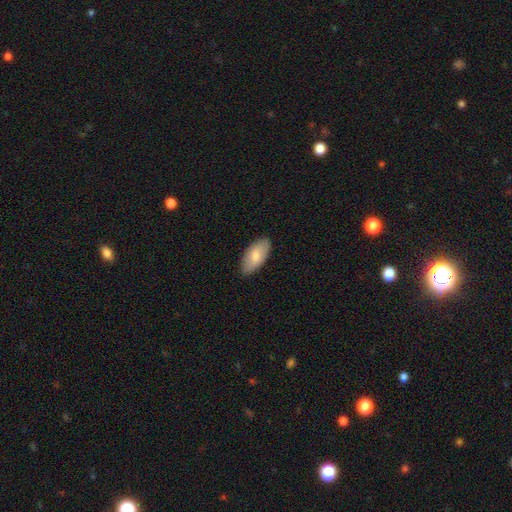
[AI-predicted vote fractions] smooth 77%, featured or disk 18%, star or artifact 5%. Down the decision tree: how rounded — in between (93%); merging — none (84%).